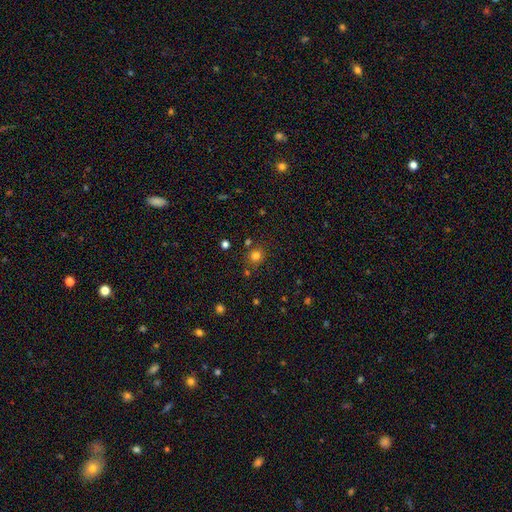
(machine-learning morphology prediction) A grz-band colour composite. It shows a smooth galaxy with no disk features (77%) that is round (87%). Merging: none (80%).